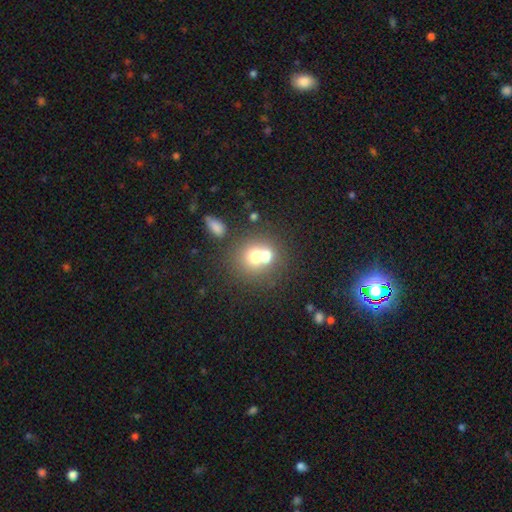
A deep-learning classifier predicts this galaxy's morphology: A smooth galaxy with no disk features (66%) that is round (79%).

Vote fractions:
- Smooth or featured? smooth: 66% / featured or disk: 21% / star or artifact: 13%
- How rounded? round: 79% / in between: 20% / cigar-shaped: 1%
- Merging? merger: 58% / none: 32% / minor disturbance: 6% / major disturbance: 4%